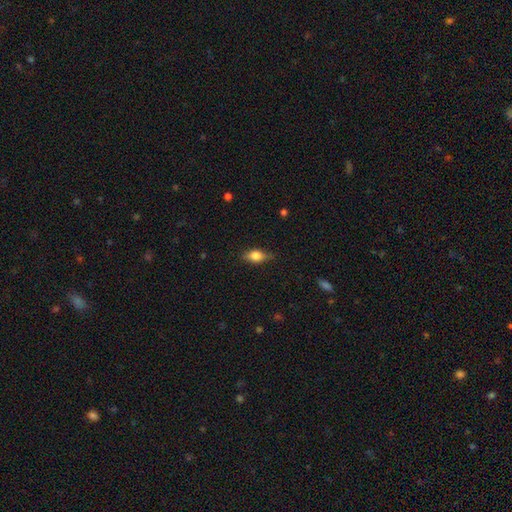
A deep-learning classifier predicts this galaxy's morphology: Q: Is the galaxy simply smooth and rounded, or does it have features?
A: smooth — 68%.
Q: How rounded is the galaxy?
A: in between — 77%.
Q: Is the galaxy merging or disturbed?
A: none — 75%.